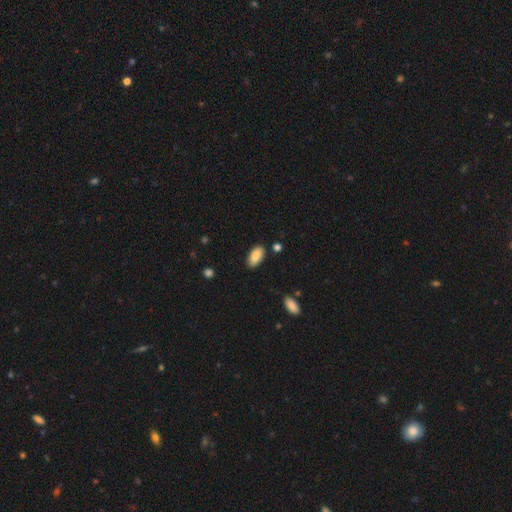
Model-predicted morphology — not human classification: type=smooth (86%); roundness=in between (91%); merging=none (84%).